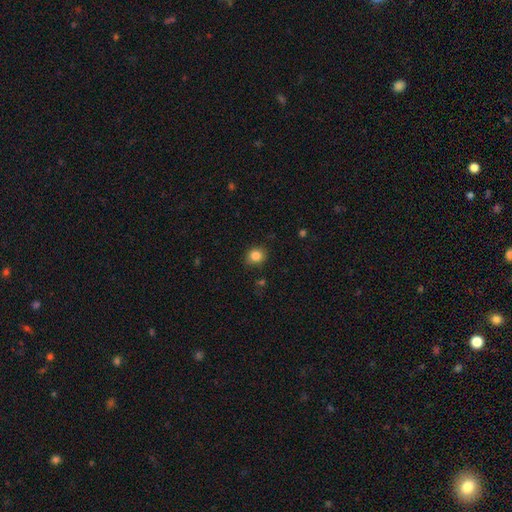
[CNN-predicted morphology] This appears to be a smooth galaxy with no disk features (84%) that is round (78%). Merging: none (84%).